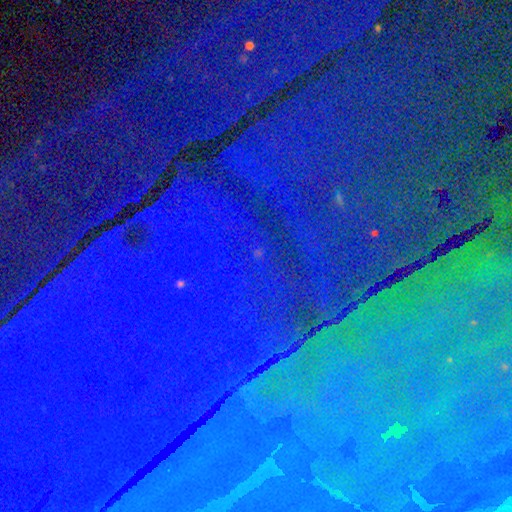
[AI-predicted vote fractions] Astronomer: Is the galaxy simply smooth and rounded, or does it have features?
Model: star or artifact — 86%.